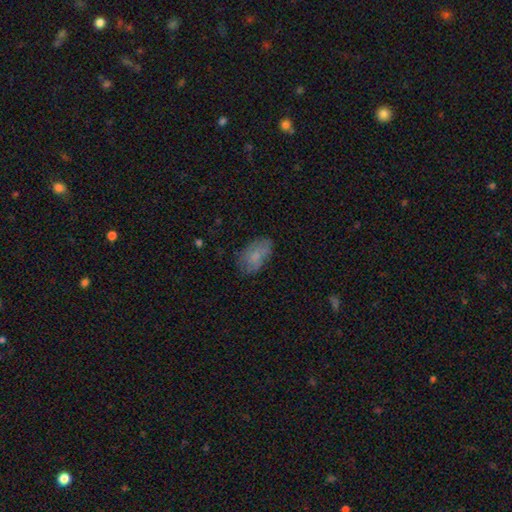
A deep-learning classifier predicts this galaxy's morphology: smooth_or_featured: smooth (p=0.70) [alt: featured or disk p=0.22]
how_rounded: in between (p=0.92) [alt: round p=0.06]
merging: none (p=0.66) [alt: minor disturbance p=0.24]